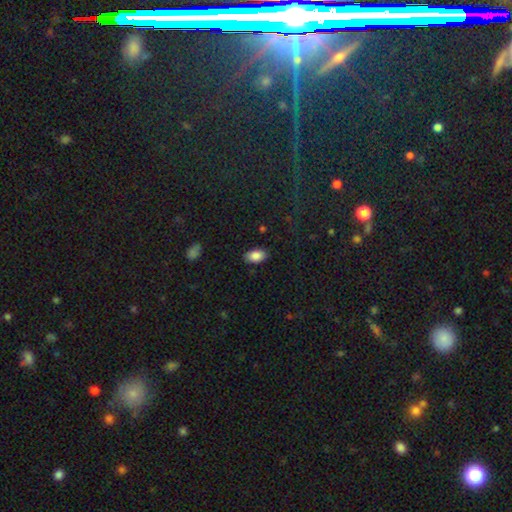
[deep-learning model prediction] The model was most divided on "merging": none: 85%, minor disturbance: 11%, major disturbance: 2%, merger: 1%. More confident: how rounded — in between (93%); smooth or featured — smooth (87%).